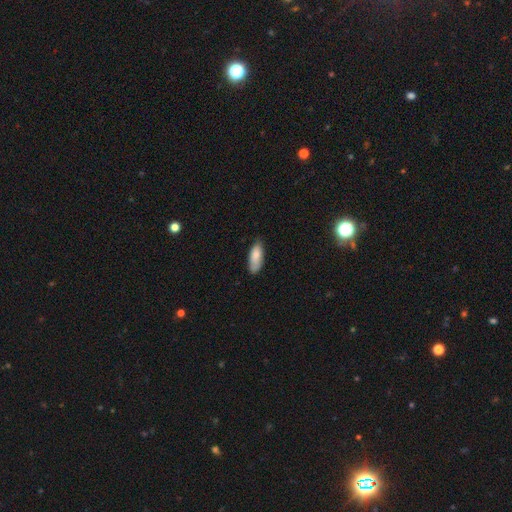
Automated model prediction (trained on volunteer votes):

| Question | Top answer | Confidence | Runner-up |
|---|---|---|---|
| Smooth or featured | smooth | 82% | featured or disk (11%) |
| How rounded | in between | 77% | cigar-shaped (21%) |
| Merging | none | 69% | minor disturbance (25%) |